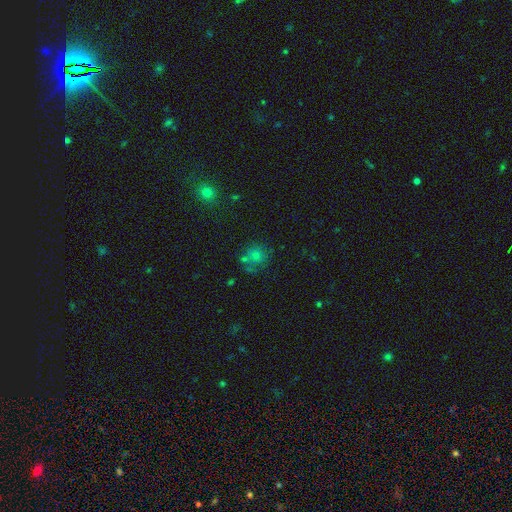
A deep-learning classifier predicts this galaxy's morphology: Smooth or featured? Predicted: smooth (p=0.59). How rounded? Predicted: round (p=0.87). Merging? Predicted: none (p=0.65).